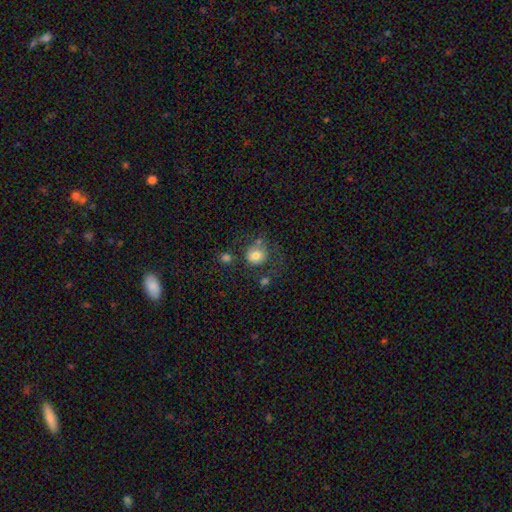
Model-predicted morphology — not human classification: type=smooth (77%); roundness=round (84%); merging=none (56%).